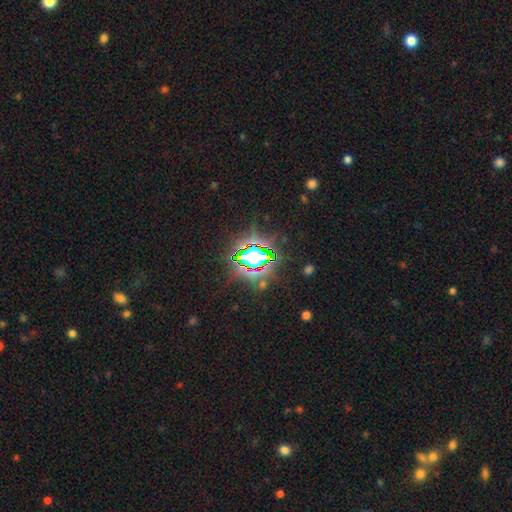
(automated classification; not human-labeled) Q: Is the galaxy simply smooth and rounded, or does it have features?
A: star or artifact — 80%.